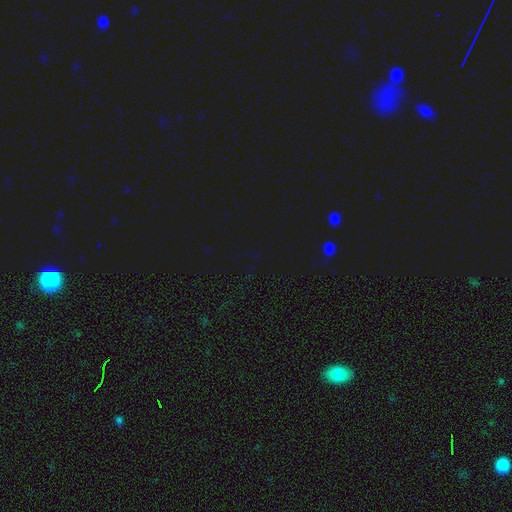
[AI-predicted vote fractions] This appears to be a star or artifact, not a galaxy (77%).